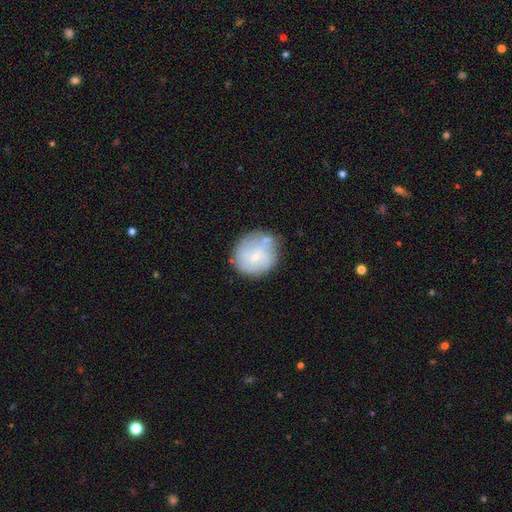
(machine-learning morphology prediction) Smooth or featured?
  - smooth: 53% *
  - featured or disk: 39%
  - star or artifact: 8%
How rounded?
  - round: 84% *
  - in between: 15%
  - cigar-shaped: 1%
Merging?
  - none: 59% *
  - minor disturbance: 22%
  - merger: 11%
  - major disturbance: 8%